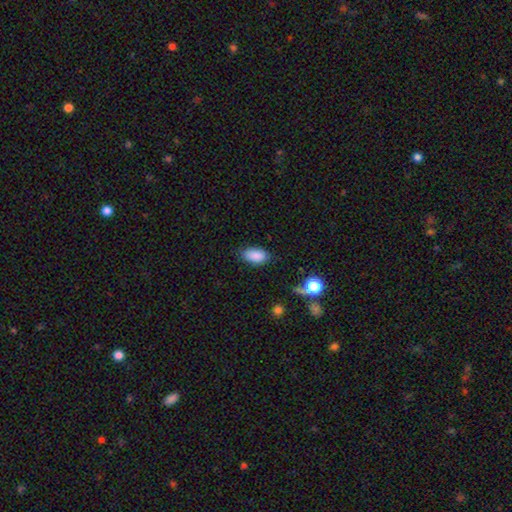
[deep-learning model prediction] Smooth or featured?
  - smooth: 87% *
  - star or artifact: 8%
  - featured or disk: 5%
How rounded?
  - in between: 93% *
  - round: 5%
  - cigar-shaped: 2%
Merging?
  - none: 79% *
  - minor disturbance: 15%
  - major disturbance: 4%
  - merger: 2%